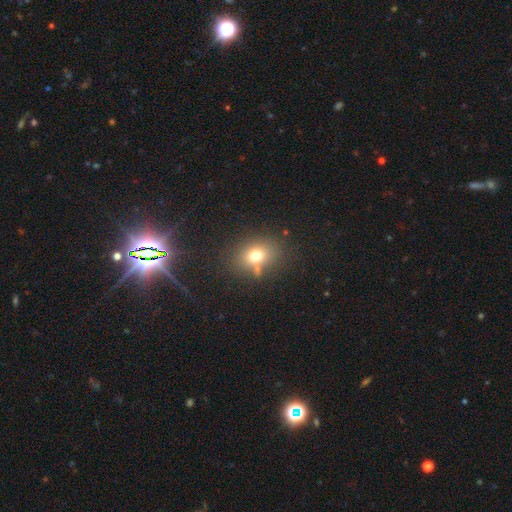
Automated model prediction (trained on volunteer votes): A smooth galaxy with no disk features (72%) that is in between round and cigar-shaped (52%). Merging: none (71%).